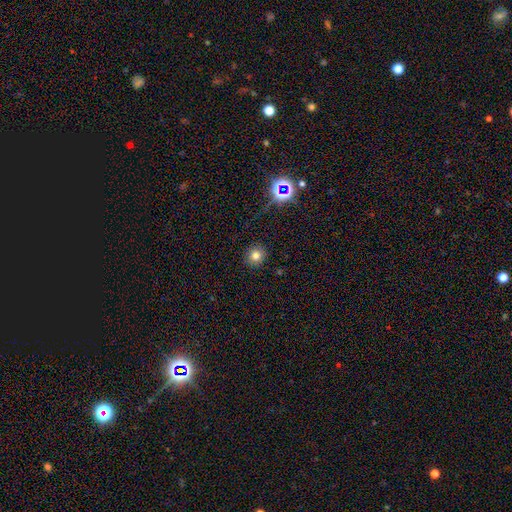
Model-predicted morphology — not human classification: Overall: smooth (76%). How rounded: round (90%). Merging: none (90%).